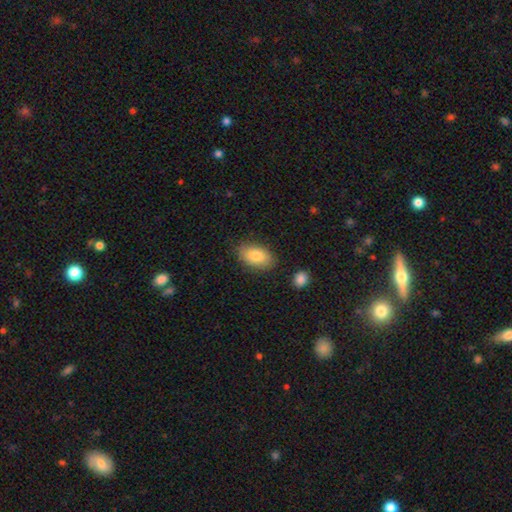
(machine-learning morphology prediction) Q: Smooth or featured?
A: smooth (83%); runner-up: featured or disk (10%)
Q: How rounded?
A: in between (92%); runner-up: round (6%)
Q: Merging?
A: none (82%); runner-up: minor disturbance (12%)